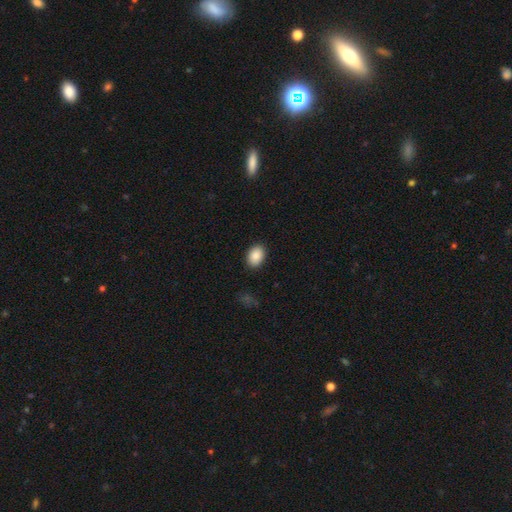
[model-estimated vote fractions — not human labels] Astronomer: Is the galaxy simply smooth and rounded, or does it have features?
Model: smooth — 89%.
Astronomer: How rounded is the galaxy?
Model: in between — 78%.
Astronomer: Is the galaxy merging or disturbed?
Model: none — 89%.